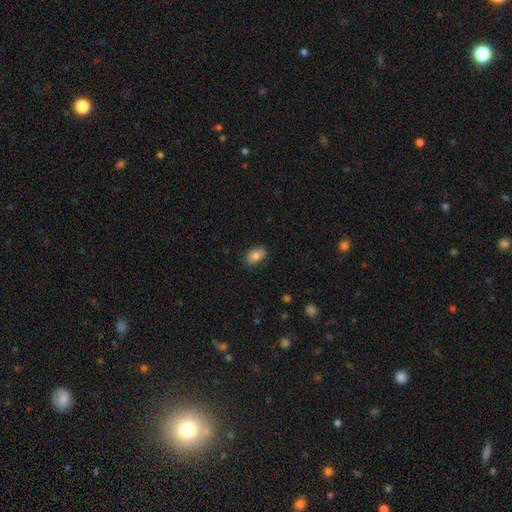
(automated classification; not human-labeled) Morphology: type=smooth (80%); roundness=in between (89%); merging=none (83%).